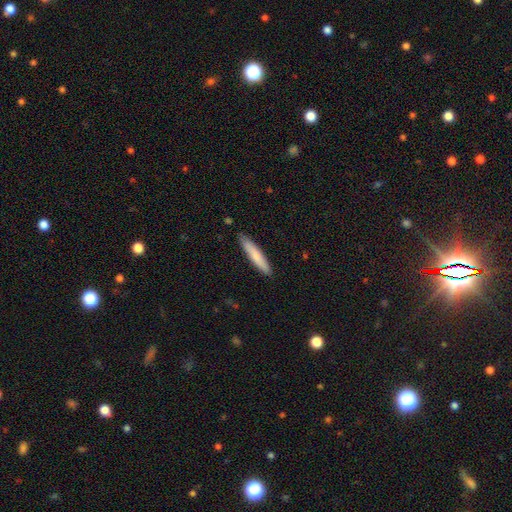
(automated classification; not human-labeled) This appears to be a smooth galaxy with no disk features (77%) that is cigar-shaped (91%). Merging: none (87%).